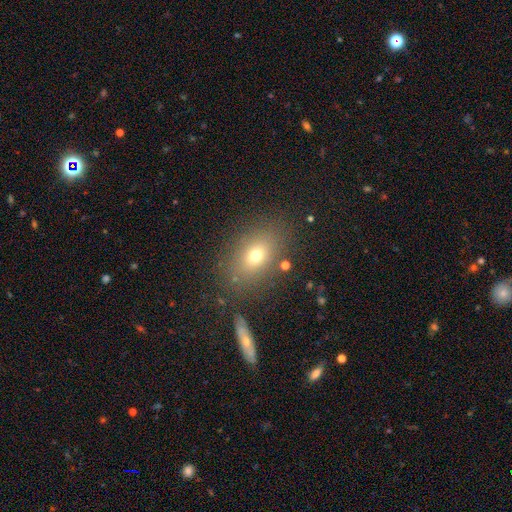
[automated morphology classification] Smooth or featured? smooth (70%)
How rounded? in between (75%)
Merging? none (80%)